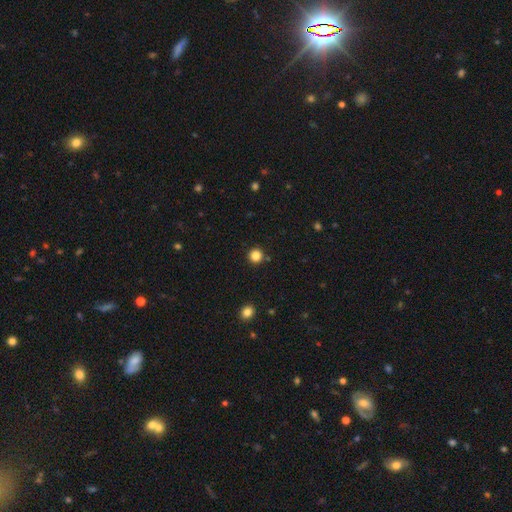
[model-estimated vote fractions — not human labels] Smooth or featured? smooth (84%)
How rounded? round (95%)
Merging? none (90%)